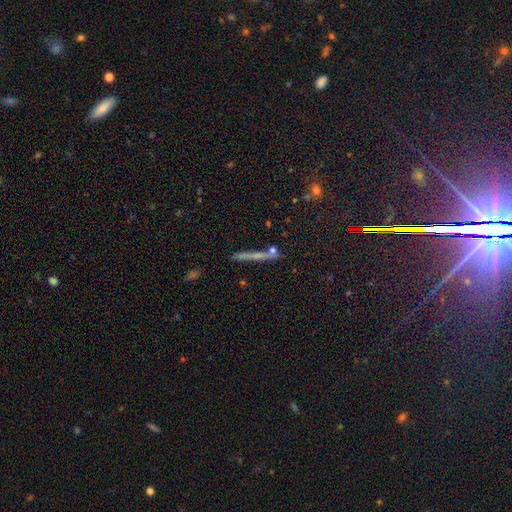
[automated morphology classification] The model was most divided on "smooth or featured": smooth: 45%, featured or disk: 36%, star or artifact: 19%. More confident: merging — none (76%).